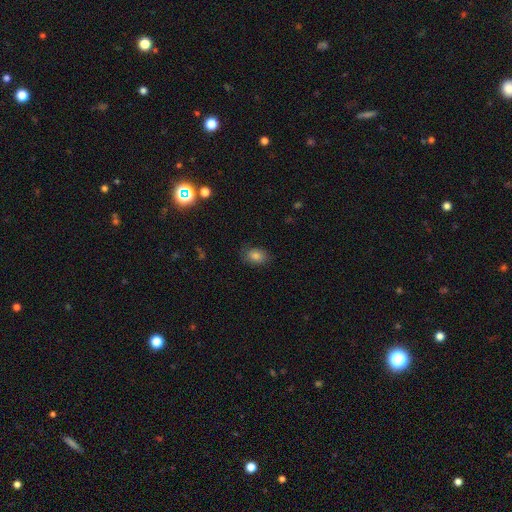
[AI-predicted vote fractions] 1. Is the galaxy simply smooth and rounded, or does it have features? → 80% smooth, 11% star or artifact, 9% featured or disk.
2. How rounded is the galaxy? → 76% in between, 23% round, 1% cigar-shaped.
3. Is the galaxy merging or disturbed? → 79% none, 16% minor disturbance, 4% major disturbance, 1% merger.